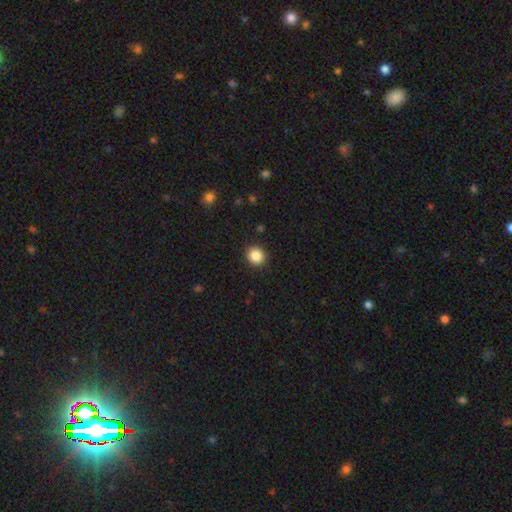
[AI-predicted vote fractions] Smooth or featured: smooth — 87% (star or artifact — 10%)
How rounded: round — 86% (in between — 13%)
Merging: none — 91% (minor disturbance — 6%)